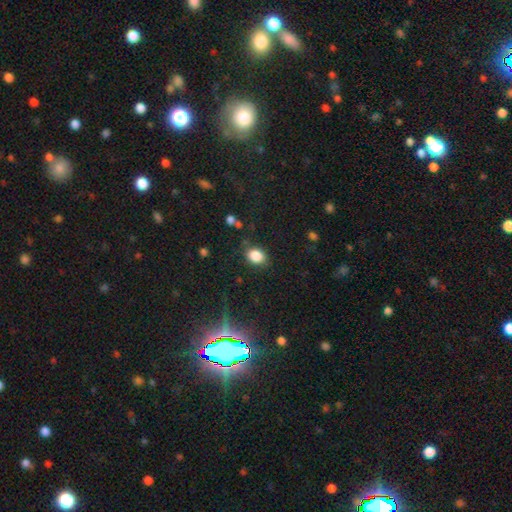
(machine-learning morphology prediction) smooth-or-featured: smooth: 85% | star or artifact: 10% | featured or disk: 5%
  how-rounded: in between: 58% | round: 40% | cigar-shaped: 1%
  merging: none: 78% | minor disturbance: 15% | major disturbance: 5% | merger: 2%